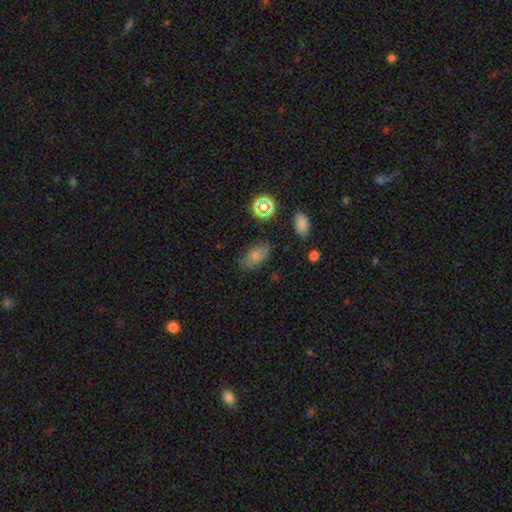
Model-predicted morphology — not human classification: A smooth galaxy with no disk features (73%) that is in between round and cigar-shaped (90%). Merging: none (72%).